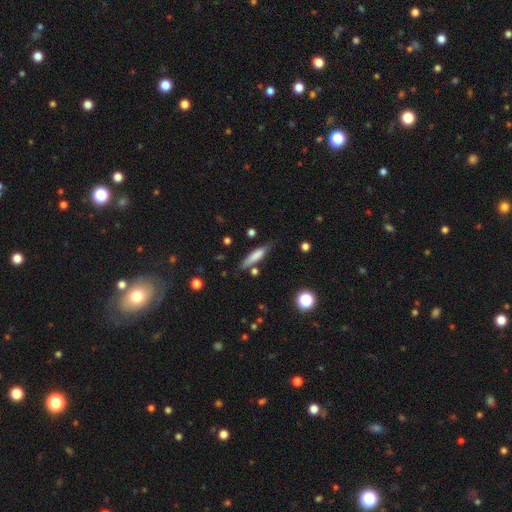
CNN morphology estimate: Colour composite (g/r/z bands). It shows a smooth galaxy with no disk features (72%) that is cigar-shaped (77%). Merging: none (71%).